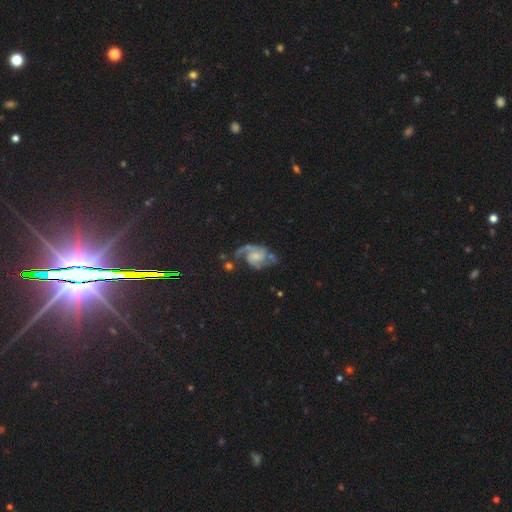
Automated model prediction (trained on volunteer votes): This appears to be a featured or disk galaxy (83%) with no bar (60%), 2 (76%) medium (51%) spiral arms (96%) and a small central bulge (46%). Merging: none (49%).